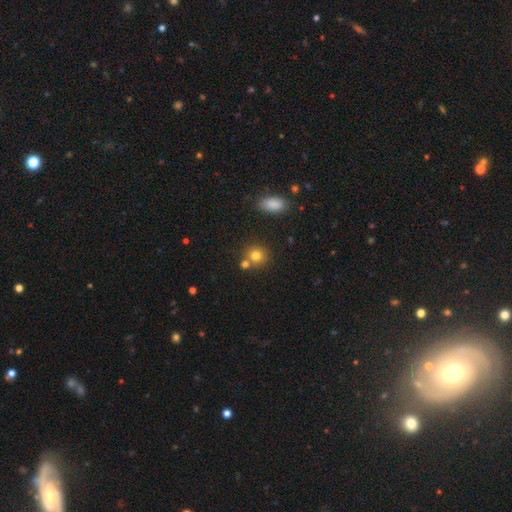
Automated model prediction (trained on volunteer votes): A smooth galaxy with no disk features (78%) that is round (85%).

Vote fractions:
- Smooth or featured? smooth: 78% / star or artifact: 13% / featured or disk: 9%
- How rounded? round: 85% / in between: 14% / cigar-shaped: 1%
- Merging? none: 65% / merger: 22% / minor disturbance: 9% / major disturbance: 3%